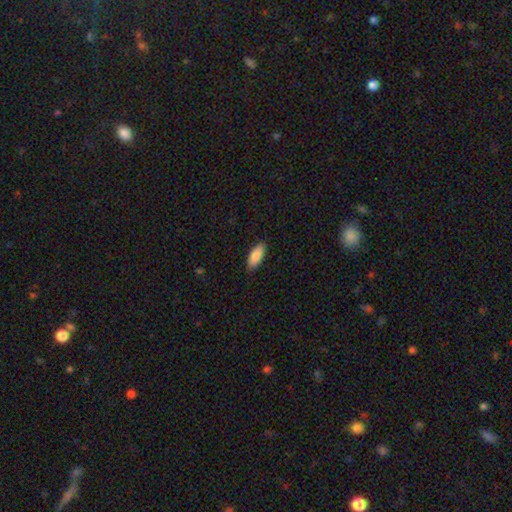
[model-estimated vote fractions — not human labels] This is clearly a smooth galaxy (90%). How rounded: clearly in between (84%). Merging: clearly none (88%).